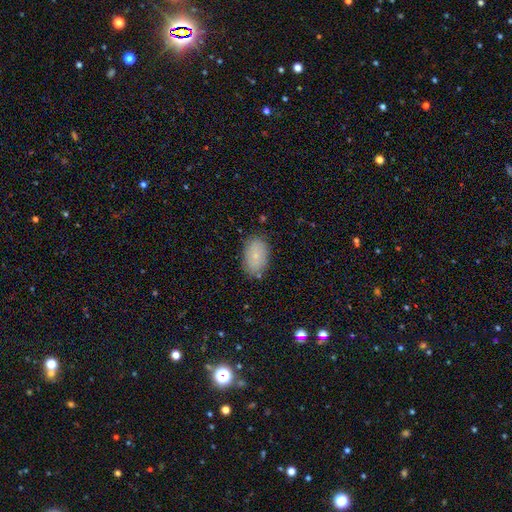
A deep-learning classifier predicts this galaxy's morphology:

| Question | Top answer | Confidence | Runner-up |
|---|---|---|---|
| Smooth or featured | smooth | 76% | featured or disk (16%) |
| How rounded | in between | 91% | round (8%) |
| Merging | none | 82% | minor disturbance (14%) |